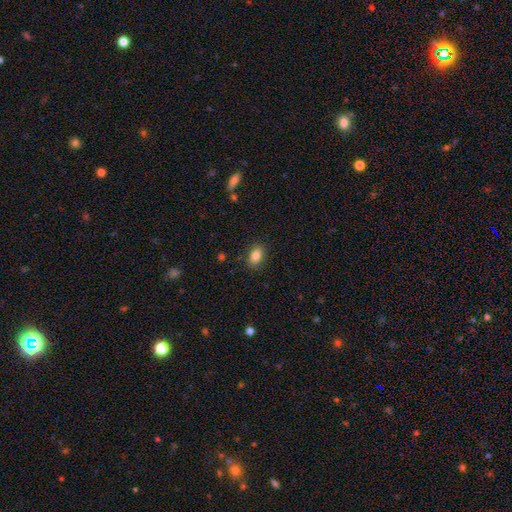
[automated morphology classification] Smooth or featured?
  - smooth: 85% *
  - star or artifact: 8%
  - featured or disk: 7%
How rounded?
  - in between: 85% *
  - round: 13%
  - cigar-shaped: 2%
Merging?
  - none: 86% *
  - minor disturbance: 10%
  - major disturbance: 3%
  - merger: 1%